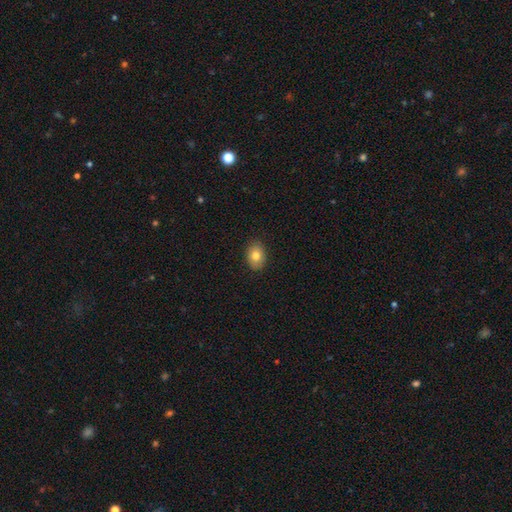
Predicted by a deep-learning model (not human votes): Morphology: type=smooth (80%); roundness=in between (75%); merging=none (89%).